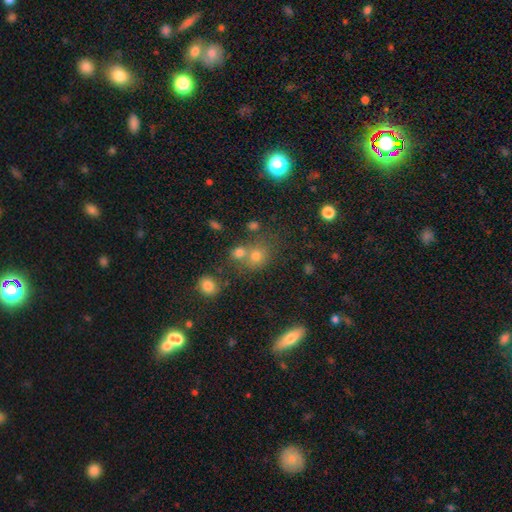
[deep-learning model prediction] A smooth galaxy with no disk features (64%) that is round (77%).

Vote fractions:
- Smooth or featured? smooth: 64% / star or artifact: 23% / featured or disk: 13%
- How rounded? round: 77% / in between: 21% / cigar-shaped: 2%
- Merging? none: 52% / merger: 34% / minor disturbance: 9% / major disturbance: 4%